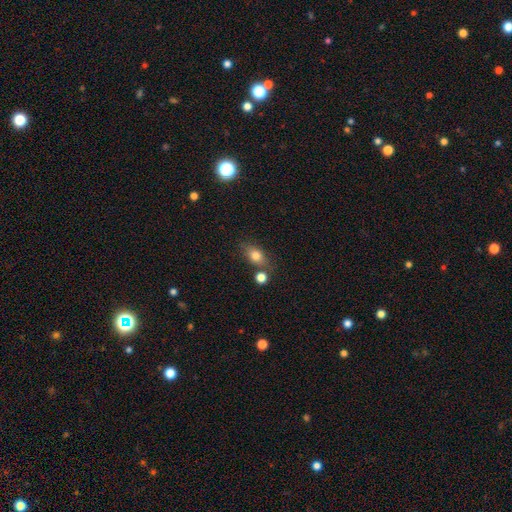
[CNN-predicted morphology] A smooth galaxy with no disk features (77%) that is in between round and cigar-shaped (71%). Merging: none (66%).